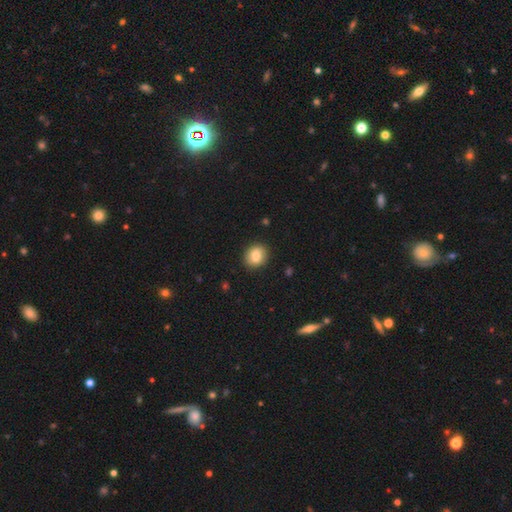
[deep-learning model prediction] This appears to be a smooth galaxy with no disk features (83%) that is round (67%). Merging: none (90%).